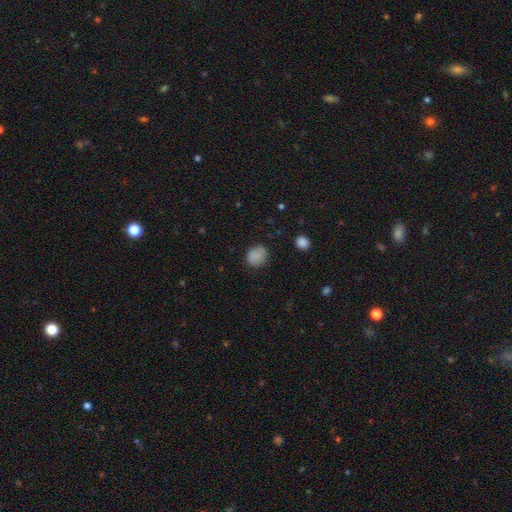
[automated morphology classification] A smooth galaxy with no disk features (84%) that is round (62%). Merging: none (77%).